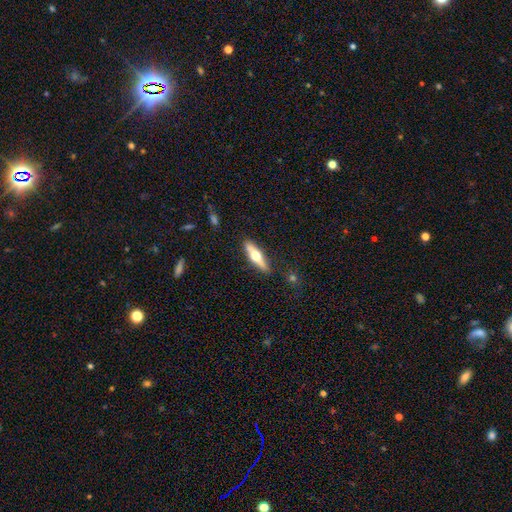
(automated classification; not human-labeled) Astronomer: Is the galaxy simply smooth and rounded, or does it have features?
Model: featured or disk — 51% (runner-up: smooth, 44%).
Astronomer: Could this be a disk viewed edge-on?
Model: yes — 91%.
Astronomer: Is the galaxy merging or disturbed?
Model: none — 87%.